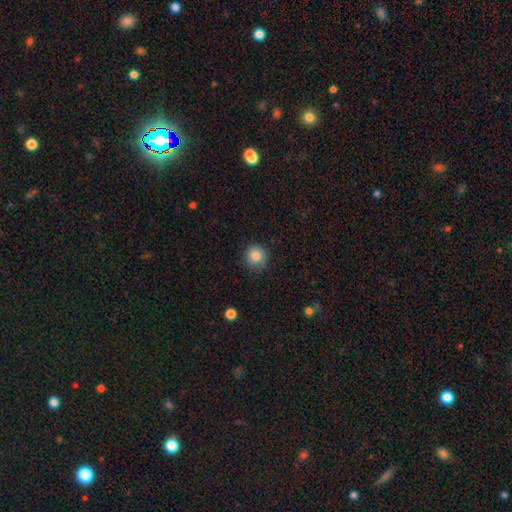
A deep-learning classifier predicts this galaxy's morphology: smooth-or-featured: smooth: 84% | star or artifact: 10% | featured or disk: 6%
  how-rounded: round: 92% | in between: 7% | cigar-shaped: 1%
  merging: none: 83% | minor disturbance: 13% | major disturbance: 3% | merger: 1%